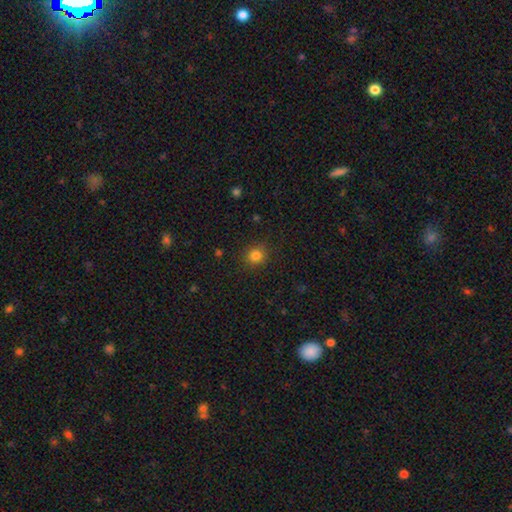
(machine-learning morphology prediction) A smooth galaxy with no disk features (82%) that is round (86%). Merging: none (89%).